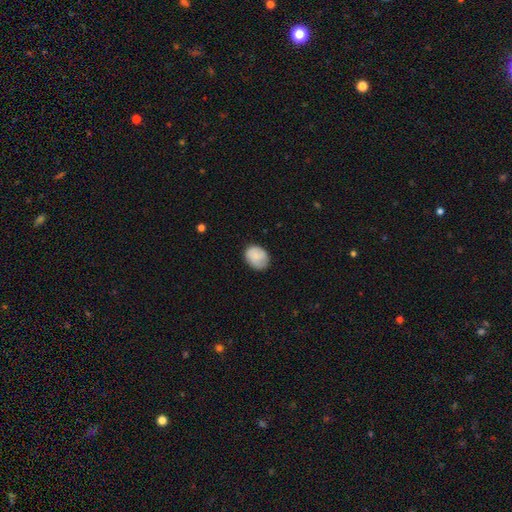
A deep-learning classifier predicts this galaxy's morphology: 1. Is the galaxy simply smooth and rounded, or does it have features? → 83% smooth, 10% featured or disk, 7% star or artifact.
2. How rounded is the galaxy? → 54% in between, 45% round, 1% cigar-shaped.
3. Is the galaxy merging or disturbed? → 72% none, 22% minor disturbance, 4% major disturbance, 1% merger.